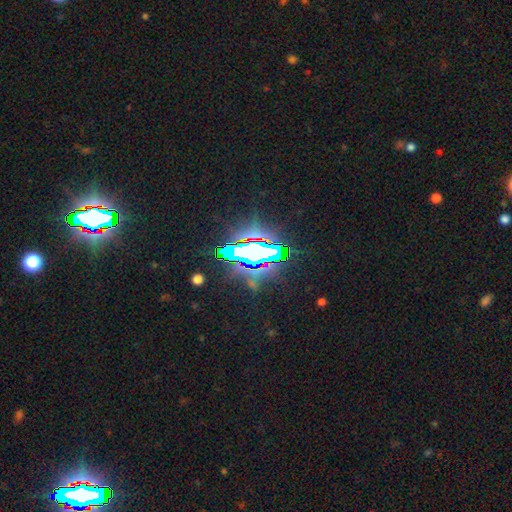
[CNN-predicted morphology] Overall: star or artifact (73%).